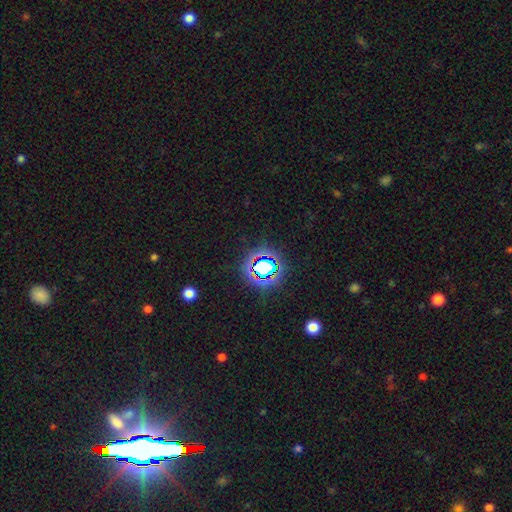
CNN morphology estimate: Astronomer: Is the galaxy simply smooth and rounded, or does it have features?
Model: star or artifact — 82%.